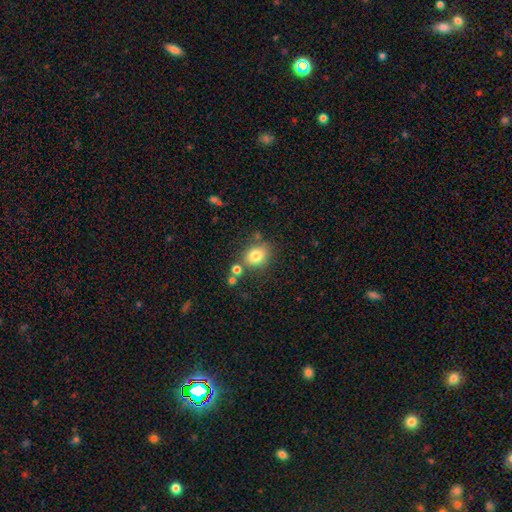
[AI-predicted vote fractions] Morphology: type=smooth (80%); roundness=round (54%); merging=none (71%).